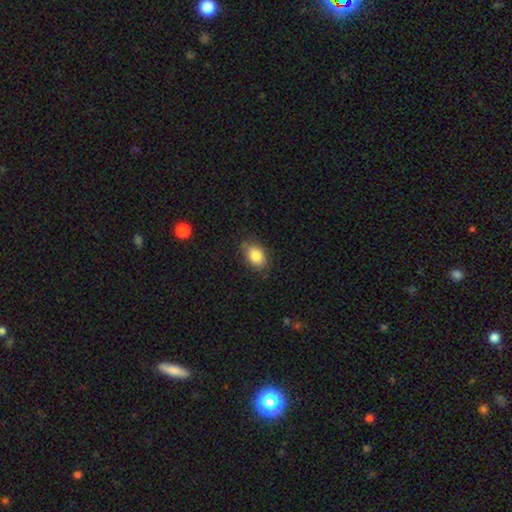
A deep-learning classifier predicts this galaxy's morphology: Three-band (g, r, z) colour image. It shows a smooth galaxy with no disk features (85%) that is in between round and cigar-shaped (79%). Merging: none (79%).